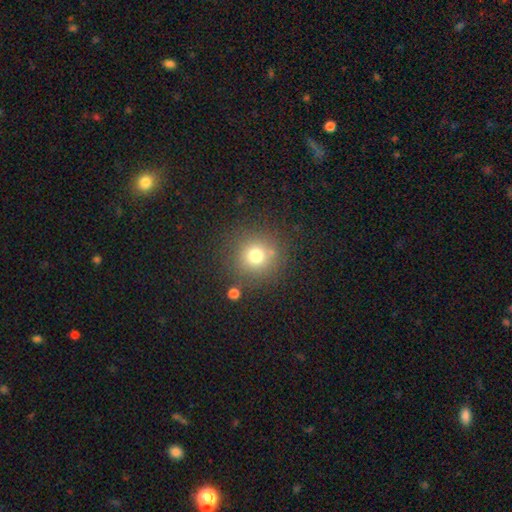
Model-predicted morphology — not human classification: smooth-or-featured: smooth: 74% | star or artifact: 17% | featured or disk: 10%
  how-rounded: round: 93% | in between: 6% | cigar-shaped: 1%
  merging: none: 81% | minor disturbance: 9% | merger: 5% | major disturbance: 4%